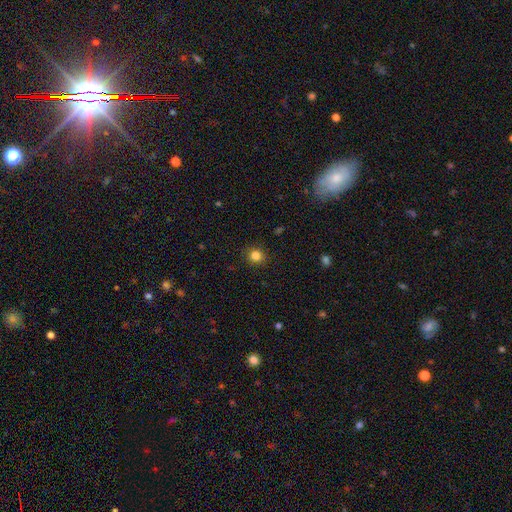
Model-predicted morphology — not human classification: type=smooth (83%); roundness=round (89%); merging=none (90%).